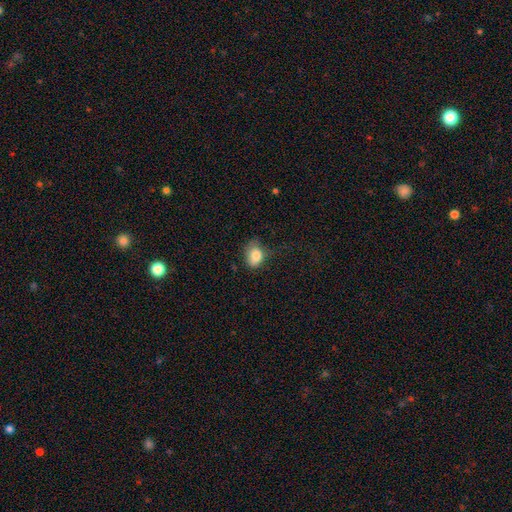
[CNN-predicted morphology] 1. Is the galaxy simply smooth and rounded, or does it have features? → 83% smooth, 9% star or artifact, 8% featured or disk.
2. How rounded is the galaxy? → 71% in between, 27% round, 1% cigar-shaped.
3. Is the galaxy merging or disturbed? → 50% none, 34% minor disturbance, 14% major disturbance, 2% merger.